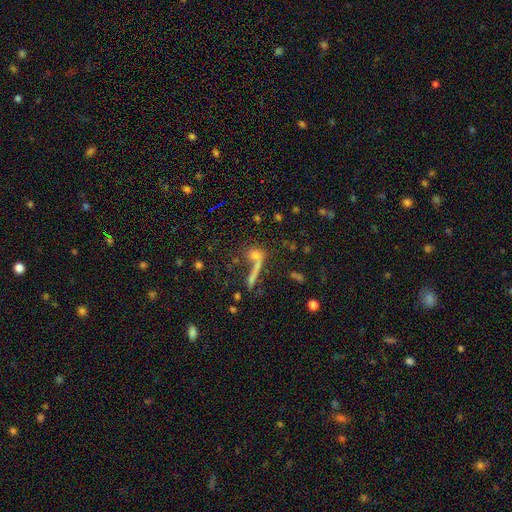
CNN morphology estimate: Smooth or featured: smooth — 62% (featured or disk — 19%)
How rounded: round — 46% (in between — 27%)
Merging: none — 55% (merger — 27%)